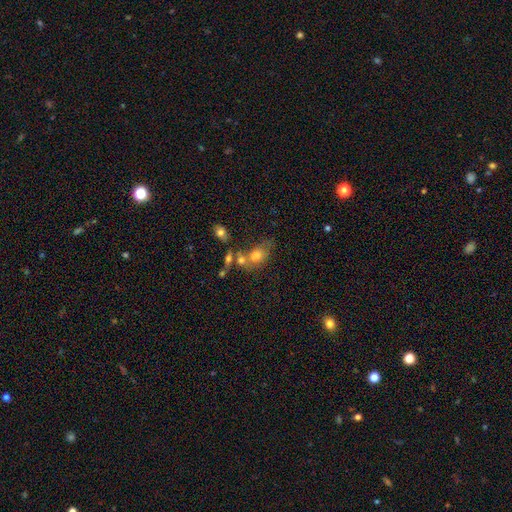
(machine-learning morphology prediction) smooth_or_featured: smooth (p=0.67) [alt: featured or disk p=0.18]
how_rounded: in between (p=0.64) [alt: round p=0.33]
merging: none (p=0.38) [alt: merger p=0.33]